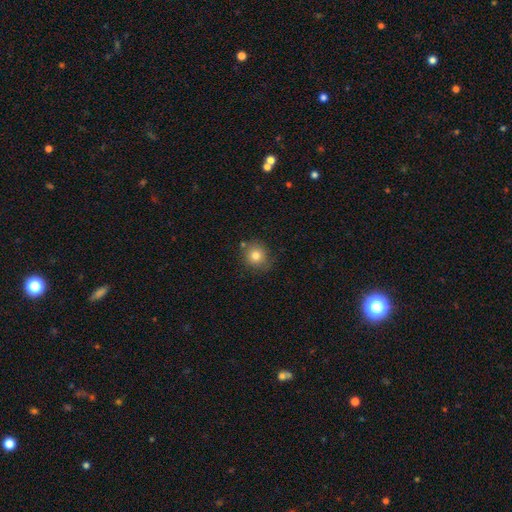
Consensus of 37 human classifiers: Q: Smooth or featured?
A: smooth (86%); runner-up: featured or disk (8%)
Q: How rounded?
A: round (88%); runner-up: in between (12%)
Q: Merging?
A: none (66%); runner-up: minor disturbance (26%)